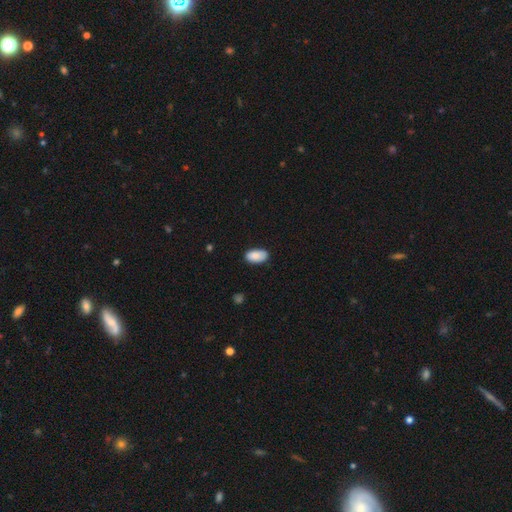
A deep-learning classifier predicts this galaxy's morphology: The model was most divided on "merging": none: 80%, minor disturbance: 16%, major disturbance: 2%, merger: 1%. More confident: how rounded — in between (95%); smooth or featured — smooth (87%).